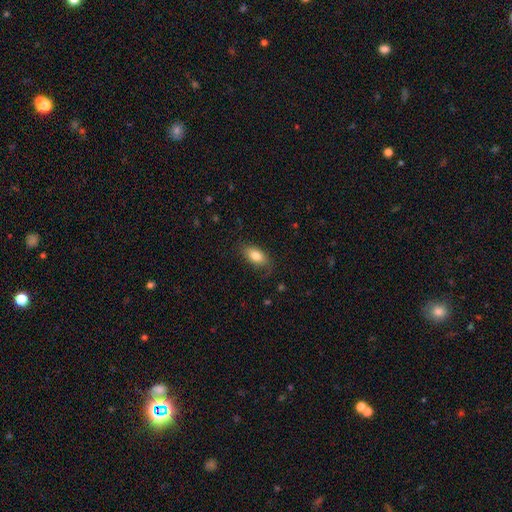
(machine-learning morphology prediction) type=smooth (81%); roundness=in between (90%); merging=none (78%).